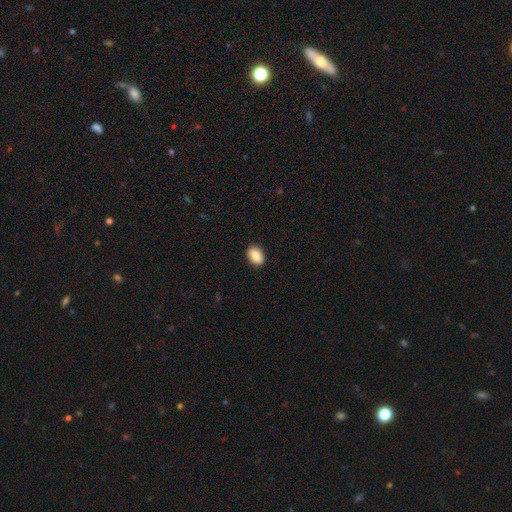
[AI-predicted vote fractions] Smooth or featured: smooth — 87% (star or artifact — 7%)
How rounded: in between — 80% (round — 18%)
Merging: none — 90% (minor disturbance — 8%)